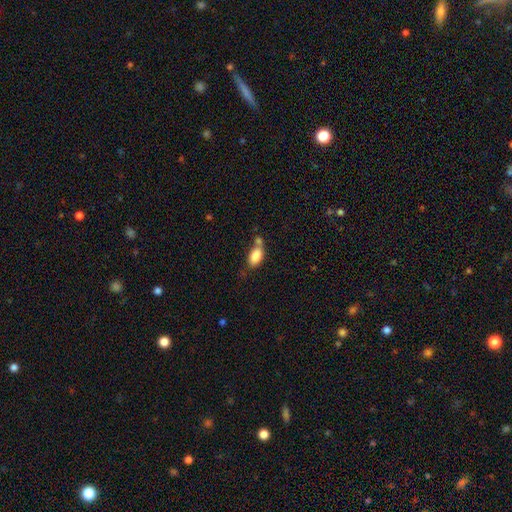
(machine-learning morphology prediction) This is clearly a smooth galaxy (85%). How rounded: clearly in between (91%). Merging: marginally none (43%).